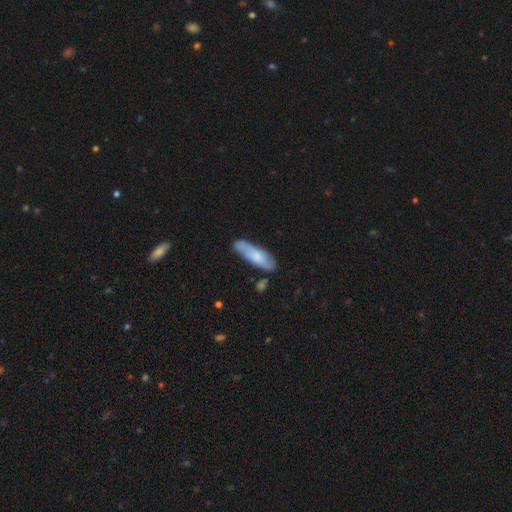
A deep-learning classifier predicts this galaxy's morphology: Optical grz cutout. It shows a smooth galaxy with no disk features (61%) that is cigar-shaped (52%). Merging: none (71%).